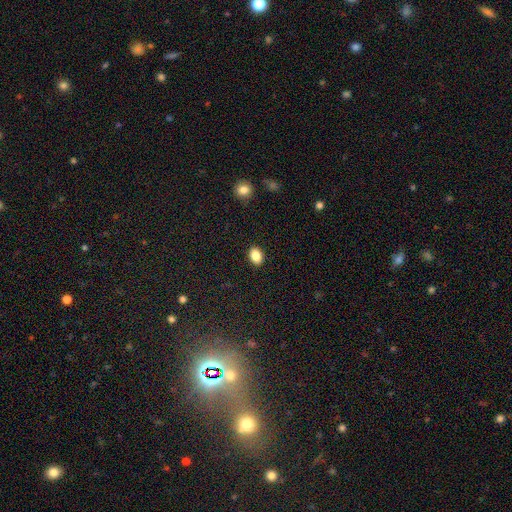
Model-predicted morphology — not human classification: smooth-or-featured: smooth: 86% | star or artifact: 9% | featured or disk: 5%
  how-rounded: in between: 77% | round: 22% | cigar-shaped: 1%
  merging: none: 90% | minor disturbance: 7% | major disturbance: 2% | merger: 1%